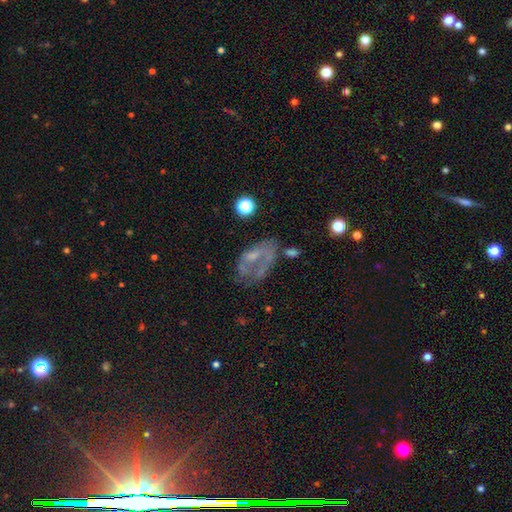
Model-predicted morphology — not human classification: smooth_or_featured: featured or disk (p=0.58) [alt: smooth p=0.29]
disk_edge_on: no (p=0.96) [alt: yes p=0.04]
bar: no (p=0.72) [alt: weak p=0.22]
has_spiral_arms: no (p=0.66) [alt: yes p=0.34]
bulge_size: none (p=0.39) [alt: small p=0.34]
merging: none (p=0.37) [alt: major disturbance p=0.33]